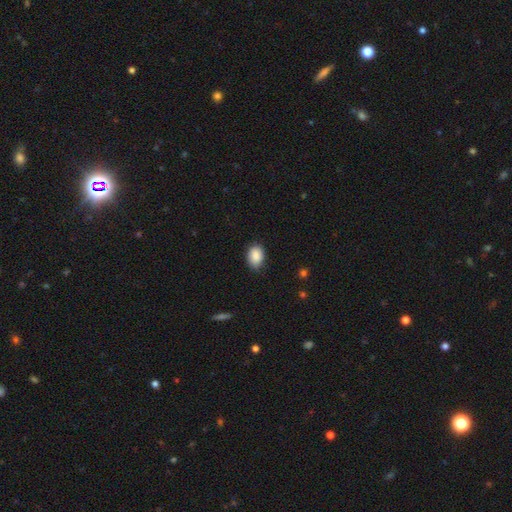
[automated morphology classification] The model was most divided on "how rounded": in between: 78%, round: 21%, cigar-shaped: 1%. More confident: smooth or featured — smooth (89%); merging — none (80%).